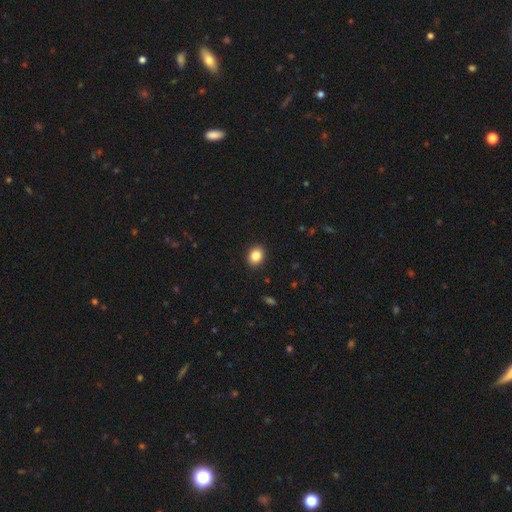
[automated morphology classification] Smooth or featured? Predicted: smooth (p=0.86). How rounded? Predicted: in between (p=0.50). Merging? Predicted: none (p=0.91).